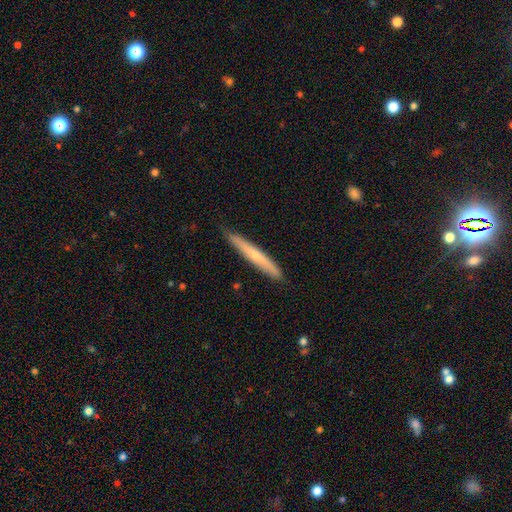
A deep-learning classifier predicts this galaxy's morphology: Smooth or featured? smooth (53%)
How rounded? cigar-shaped (96%)
Merging? none (86%)